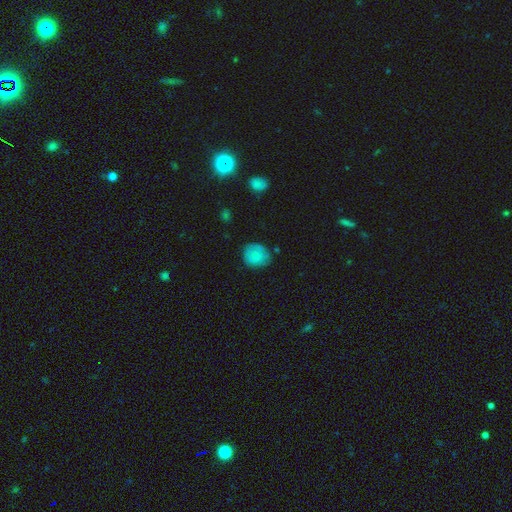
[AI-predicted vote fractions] Smooth or featured?
  - smooth: 81% *
  - featured or disk: 11%
  - star or artifact: 9%
How rounded?
  - round: 76% *
  - in between: 23%
  - cigar-shaped: 1%
Merging?
  - none: 73% *
  - minor disturbance: 21%
  - major disturbance: 4%
  - merger: 2%